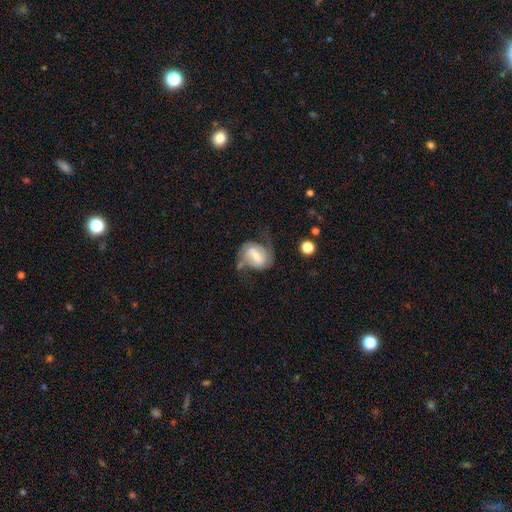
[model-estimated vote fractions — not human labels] A featured or disk galaxy (68%) with a weak bar (43%), 2 (81%) medium (45%) spiral arms (87%) and a moderate central bulge (42%).

Vote fractions:
- Smooth or featured? featured or disk: 68% / smooth: 25% / star or artifact: 7%
- Edge-on disk? no: 97% / yes: 3%
- Bar? weak: 43% / strong: 42% / no: 15%
- Spiral arms? yes: 87% / no: 13%
- Spiral winding? medium: 45% / loose: 31% / tight: 23%
- Spiral arm count? 2: 81% / can't tell: 8% / 1: 7% / 3: 1% / 4: 1% / more than 4: 1%
- Bulge size? moderate: 42% / small: 38% / large: 9% / none: 8% / dominant: 2%
- Merging? none: 46% / minor disturbance: 24% / major disturbance: 23% / merger: 7%